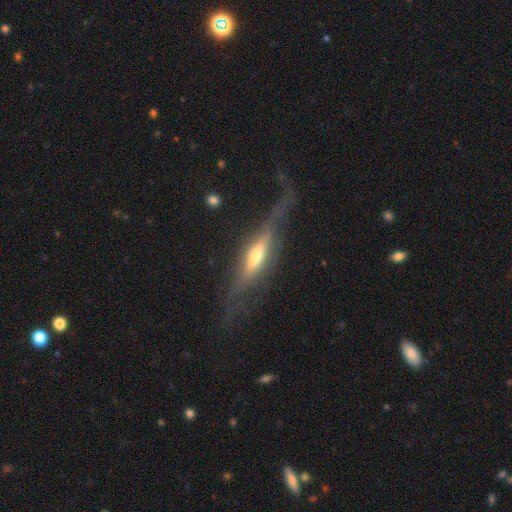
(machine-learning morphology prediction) Smooth or featured? featured or disk (70%)
Edge-on disk? yes (85%)
Edge-on bulge? rounded (63%)
Merging? none (58%)